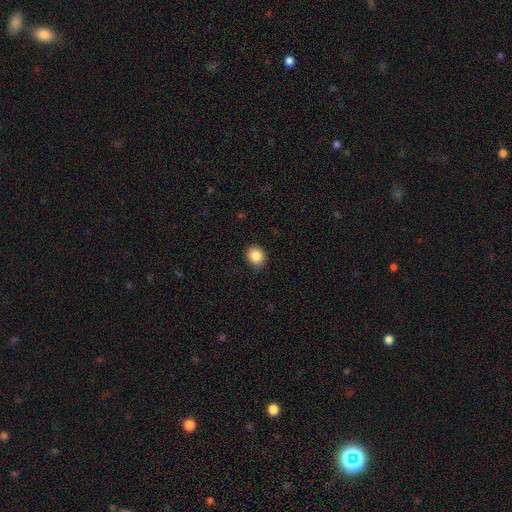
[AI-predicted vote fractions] smooth_or_featured: smooth (p=0.86) [alt: star or artifact p=0.09]
how_rounded: round (p=0.67) [alt: in between p=0.32]
merging: none (p=0.89) [alt: minor disturbance p=0.08]